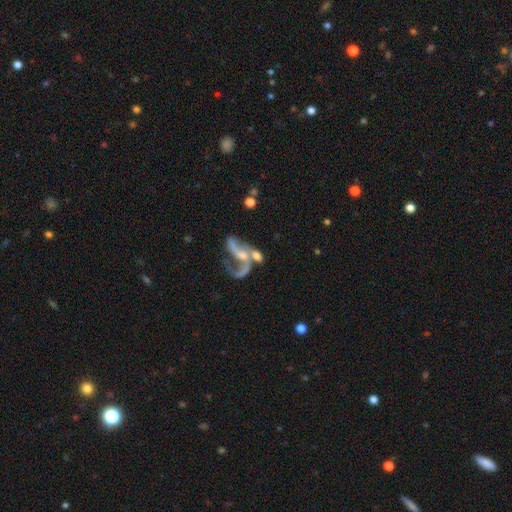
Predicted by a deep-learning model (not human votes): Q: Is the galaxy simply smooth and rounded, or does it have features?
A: featured or disk — 71%.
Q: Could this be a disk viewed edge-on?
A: no — 95%.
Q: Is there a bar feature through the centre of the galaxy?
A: no — 51%.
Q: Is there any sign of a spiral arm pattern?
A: yes — 75%.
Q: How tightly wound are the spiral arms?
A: loose — 79%.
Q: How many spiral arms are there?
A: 2 — 68%.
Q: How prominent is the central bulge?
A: moderate — 33%, tied with small.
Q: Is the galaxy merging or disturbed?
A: merger — 45%.